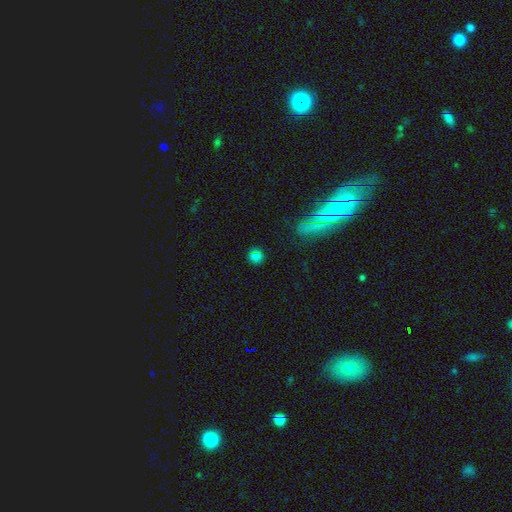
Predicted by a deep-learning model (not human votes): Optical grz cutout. It shows a smooth galaxy with no disk features (71%) that is round (87%). Merging: none (83%).